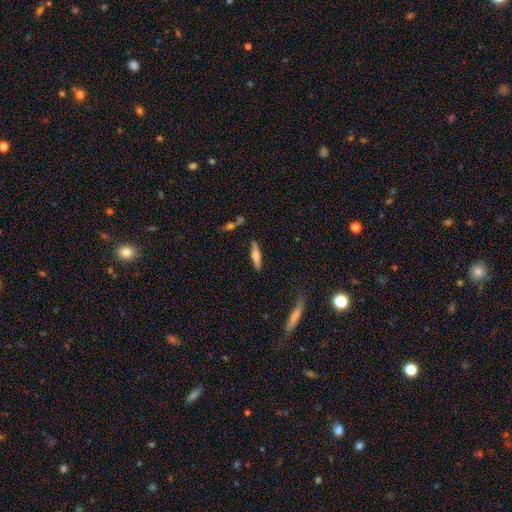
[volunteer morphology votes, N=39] smooth_or_featured: featured or disk (p=0.49) [alt: smooth p=0.41]
disk_edge_on: yes (p=1.00)
edge_on_bulge: rounded (p=0.84) [alt: none p=0.11]
merging: none (p=0.83) [alt: minor disturbance p=0.11]